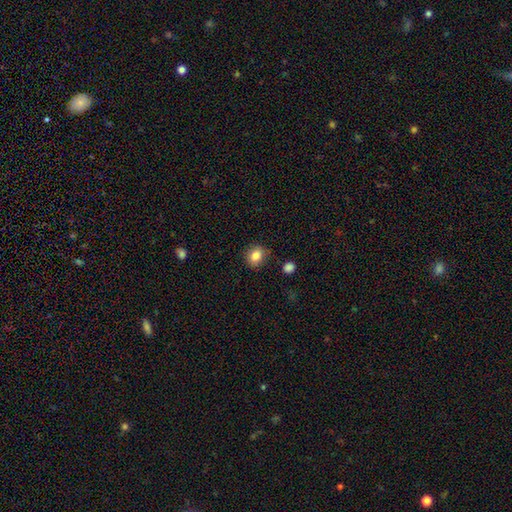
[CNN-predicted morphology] smooth 84%, star or artifact 10%, featured or disk 6%. Down the decision tree: how rounded — round (65%); merging — none (85%).